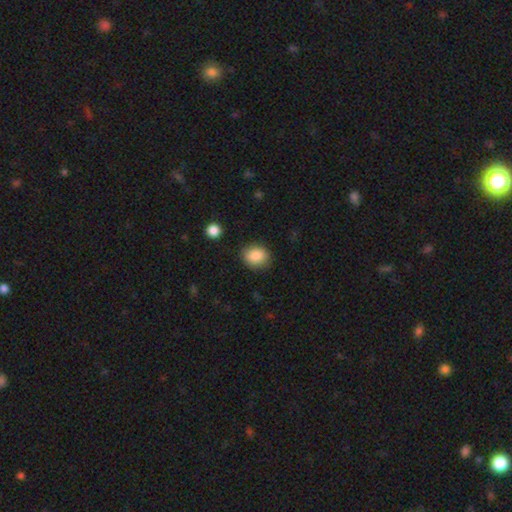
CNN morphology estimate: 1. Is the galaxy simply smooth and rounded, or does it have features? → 87% smooth, 8% star or artifact, 5% featured or disk.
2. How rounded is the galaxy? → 60% round, 39% in between, 1% cigar-shaped.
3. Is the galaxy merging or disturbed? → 84% none, 11% minor disturbance, 3% major disturbance, 2% merger.